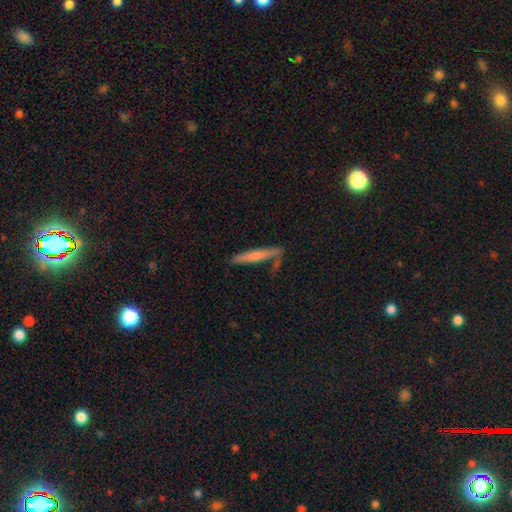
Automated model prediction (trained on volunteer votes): A smooth galaxy with no disk features (54%) that is cigar-shaped (94%).

Vote fractions:
- Smooth or featured? smooth: 54% / featured or disk: 40% / star or artifact: 6%
- How rounded? cigar-shaped: 94% / in between: 5% / round: 1%
- Merging? none: 70% / minor disturbance: 16% / merger: 8% / major disturbance: 5%